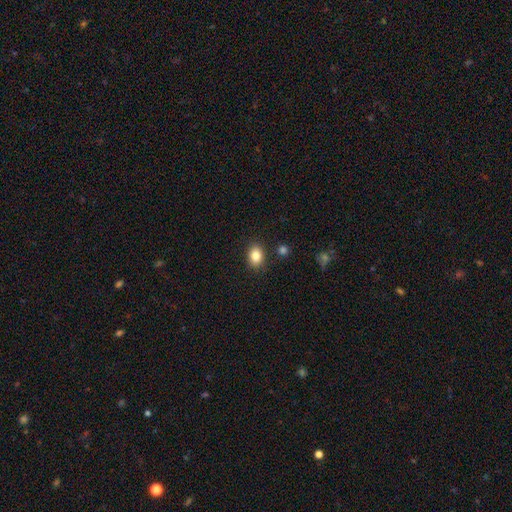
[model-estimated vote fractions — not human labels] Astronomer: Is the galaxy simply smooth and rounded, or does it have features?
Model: smooth — 85%.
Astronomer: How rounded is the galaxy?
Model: in between — 65%.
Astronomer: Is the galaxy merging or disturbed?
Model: none — 86%.